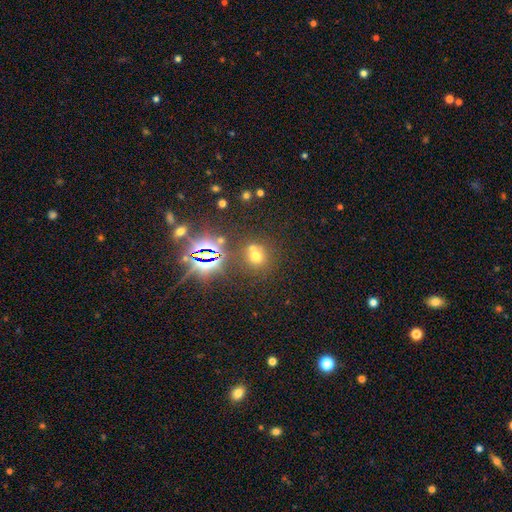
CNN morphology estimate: A smooth galaxy with no disk features (55%) that is round (85%).

Vote fractions:
- Smooth or featured? smooth: 55% / star or artifact: 32% / featured or disk: 13%
- How rounded? round: 85% / in between: 14% / cigar-shaped: 1%
- Merging? none: 53% / merger: 35% / minor disturbance: 8% / major disturbance: 4%